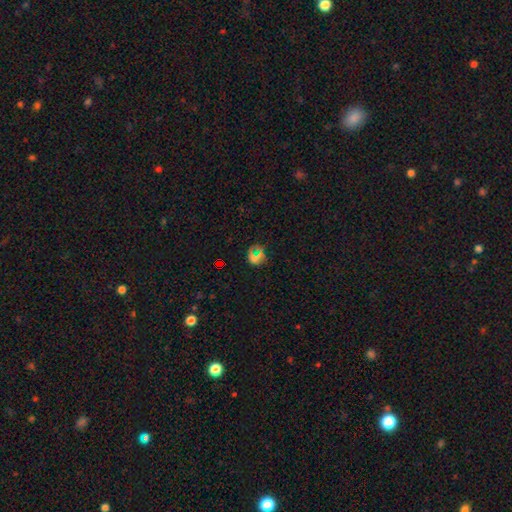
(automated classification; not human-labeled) This appears to be a smooth galaxy with no disk features (44%). Merging: none (54%).